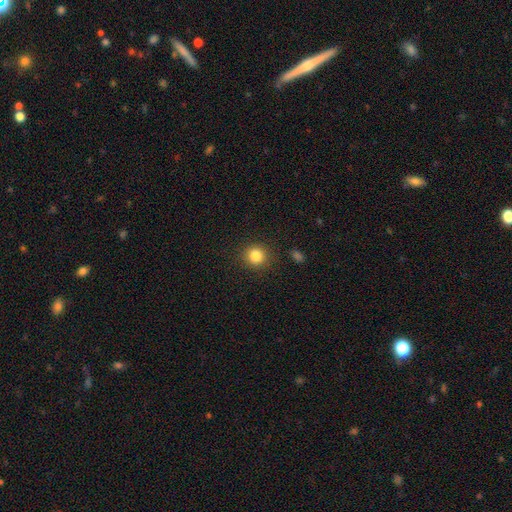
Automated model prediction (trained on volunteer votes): Smooth or featured: smooth — 84% (star or artifact — 11%)
How rounded: round — 90% (in between — 9%)
Merging: none — 89% (minor disturbance — 7%)